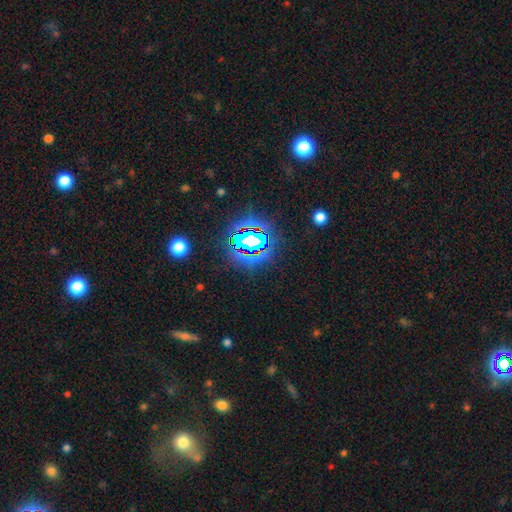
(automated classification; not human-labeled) Q: Smooth or featured?
A: star or artifact (80%); runner-up: smooth (12%)